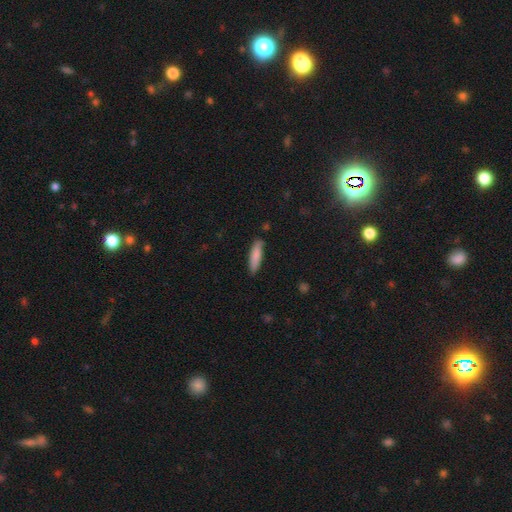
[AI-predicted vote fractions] smooth 84%, featured or disk 10%, star or artifact 6%. Down the decision tree: how rounded — cigar-shaped (73%); merging — none (82%).